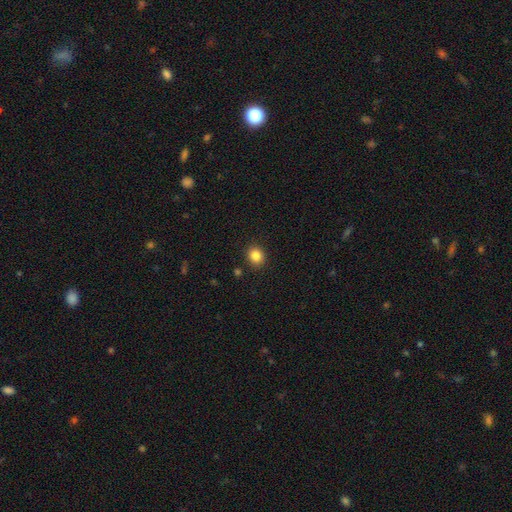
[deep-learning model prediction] Morphology: type=smooth (85%); roundness=round (73%); merging=none (90%).